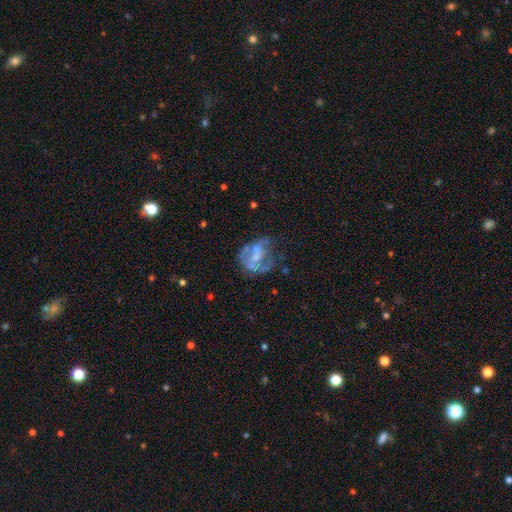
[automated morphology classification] Q: Smooth or featured?
A: featured or disk (64%); runner-up: smooth (26%)
Q: Edge-on disk?
A: no (98%); runner-up: yes (2%)
Q: Bar?
A: no (71%); runner-up: weak (23%)
Q: Spiral arms?
A: no (69%); runner-up: yes (31%)
Q: Bulge size?
A: moderate (33%); runner-up: small (32%)
Q: Merging?
A: none (35%); runner-up: major disturbance (31%)